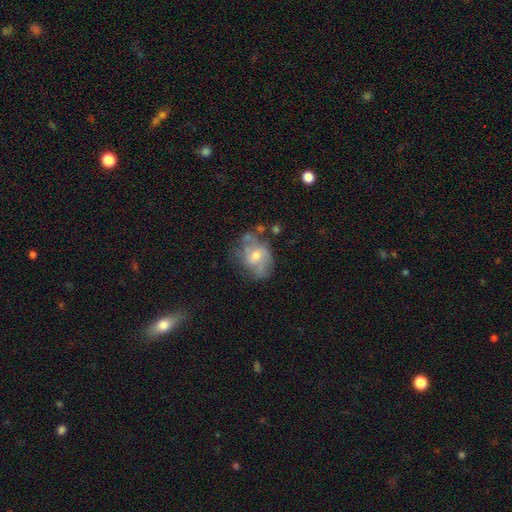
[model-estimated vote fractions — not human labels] A featured or disk galaxy (59%) with no bar (62%), spiral arms (69%) and a moderate central bulge (52%).

Vote fractions:
- Smooth or featured? featured or disk: 59% / smooth: 32% / star or artifact: 9%
- Edge-on disk? no: 97% / yes: 3%
- Bar? no: 62% / weak: 33% / strong: 6%
- Spiral arms? yes: 69% / no: 31%
- Bulge size? moderate: 52% / small: 42% / large: 3% / none: 2% / dominant: 1%
- Merging? none: 51% / minor disturbance: 27% / major disturbance: 16% / merger: 6%